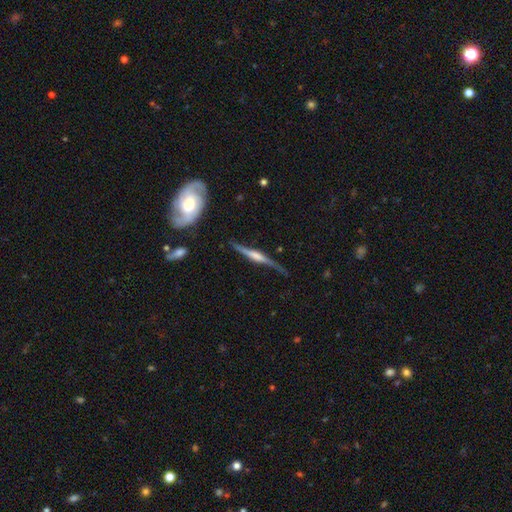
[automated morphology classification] A featured or disk galaxy (76%) viewed edge-on (92%) with a rounded central bulge (45%). Merging: none (67%).